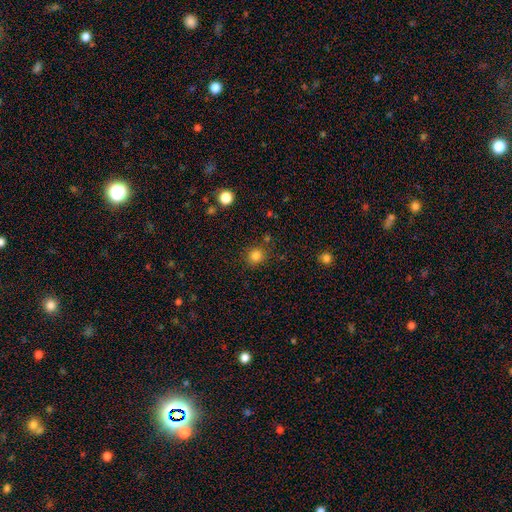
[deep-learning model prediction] Smooth or featured? Predicted: smooth (p=0.82). How rounded? Predicted: round (p=0.86). Merging? Predicted: none (p=0.84).